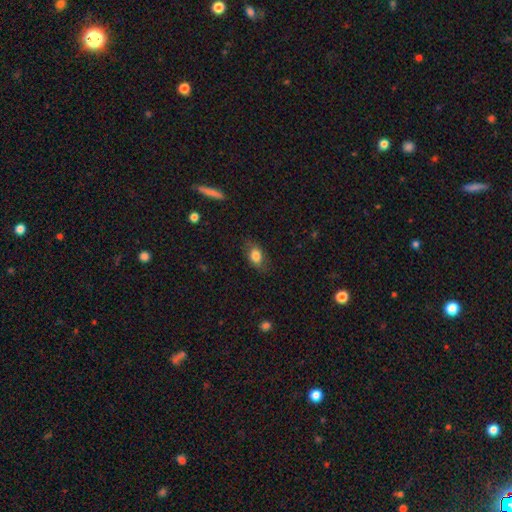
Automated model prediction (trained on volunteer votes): smooth 81%, featured or disk 11%, star or artifact 9%. Down the decision tree: how rounded — in between (80%); merging — none (77%).